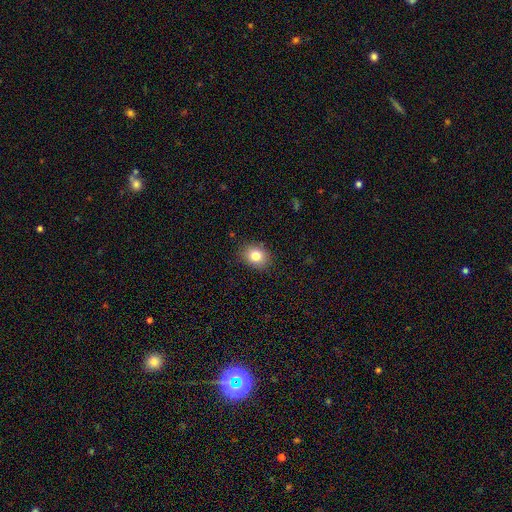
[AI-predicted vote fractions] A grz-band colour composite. It shows a smooth galaxy with no disk features (81%) that is in between round and cigar-shaped (50%). Merging: none (87%).